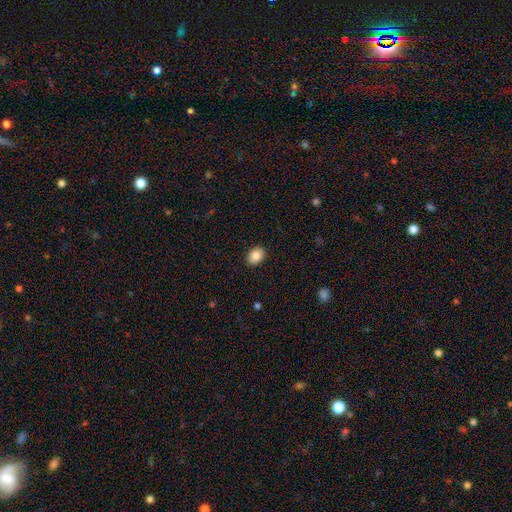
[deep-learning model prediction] This appears to be a smooth galaxy with no disk features (86%) that is in between round and cigar-shaped (66%). Merging: none (90%).